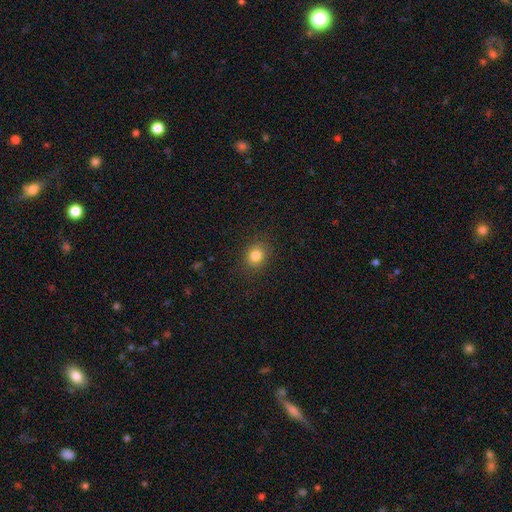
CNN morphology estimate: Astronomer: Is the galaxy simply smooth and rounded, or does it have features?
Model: smooth — 82%.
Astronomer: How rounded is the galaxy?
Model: round — 70%.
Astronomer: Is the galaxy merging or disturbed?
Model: none — 88%.